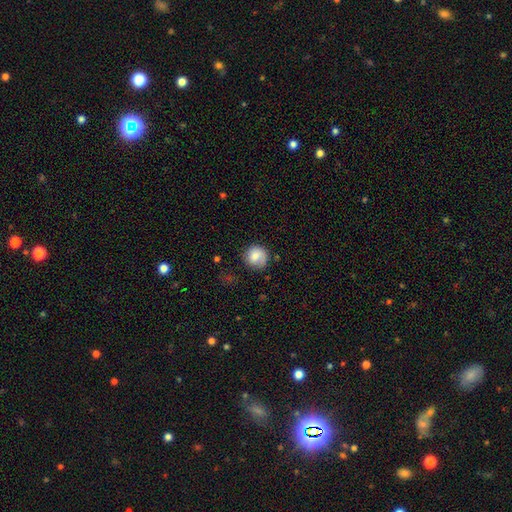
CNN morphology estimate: smooth-or-featured: smooth: 80% | featured or disk: 13% | star or artifact: 7%
  how-rounded: round: 88% | in between: 11% | cigar-shaped: 1%
  merging: none: 70% | minor disturbance: 20% | major disturbance: 7% | merger: 2%